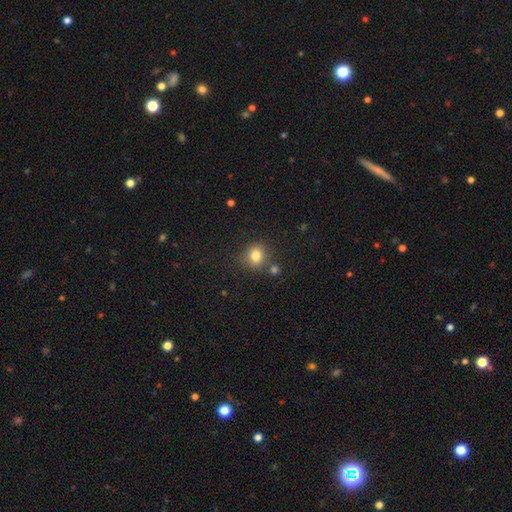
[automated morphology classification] smooth-or-featured: smooth: 80% | star or artifact: 13% | featured or disk: 7%
  how-rounded: round: 75% | in between: 24% | cigar-shaped: 1%
  merging: none: 73% | minor disturbance: 12% | merger: 12% | major disturbance: 4%